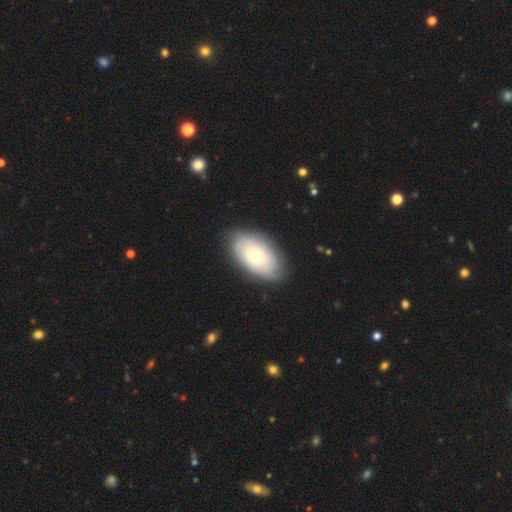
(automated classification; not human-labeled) Morphology: type=featured or disk (49%); merging=none (81%).